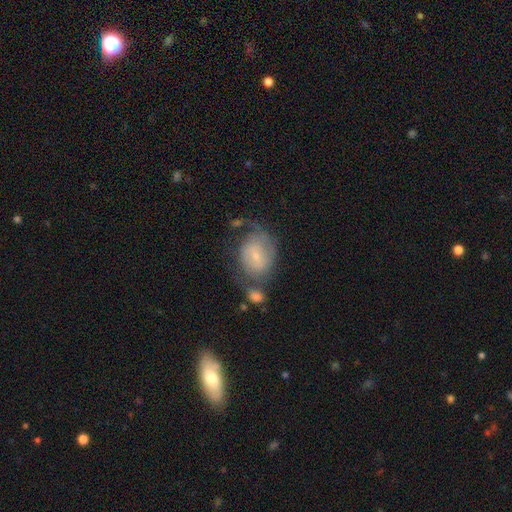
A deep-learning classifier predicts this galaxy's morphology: smooth-or-featured: featured or disk: 58% | smooth: 34% | star or artifact: 8%
  disk-edge-on: no: 96% | yes: 4%
    bar: weak: 46% | no: 42% | strong: 12%
    has-spiral-arms: yes: 74% | no: 26%
    bulge-size: small: 71% | moderate: 22% | none: 4% | large: 2% | dominant: 1%
  merging: none: 36% | minor disturbance: 23% | major disturbance: 22% | merger: 19%